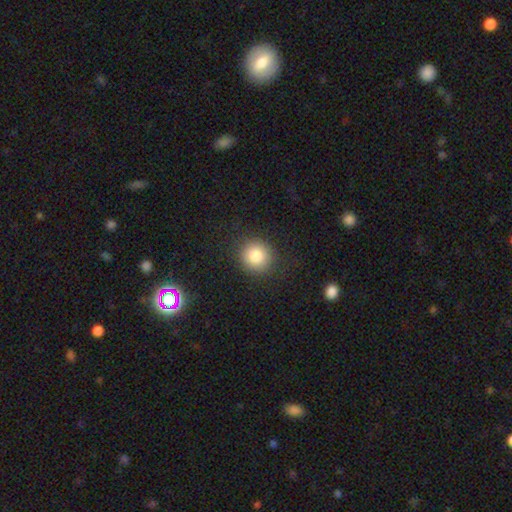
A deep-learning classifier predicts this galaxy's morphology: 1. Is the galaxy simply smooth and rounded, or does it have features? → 85% smooth, 10% star or artifact, 6% featured or disk.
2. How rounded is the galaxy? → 91% round, 8% in between, 1% cigar-shaped.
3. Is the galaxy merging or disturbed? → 88% none, 8% minor disturbance, 3% major disturbance, 1% merger.